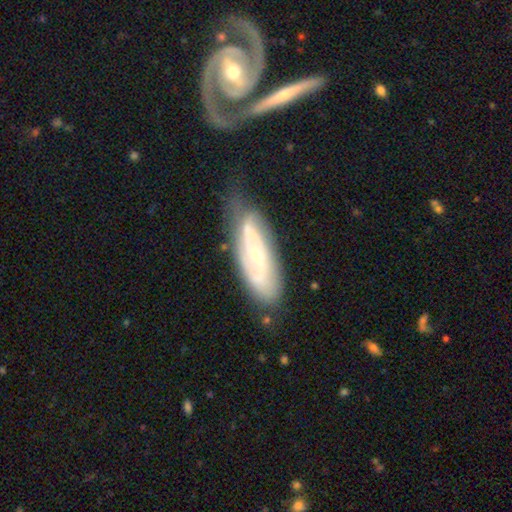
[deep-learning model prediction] A featured or disk galaxy (74%) with no bar (53%), 2 (53%) tight (50%) spiral arms (87%) and a small central bulge (66%). Merging: none (59%).